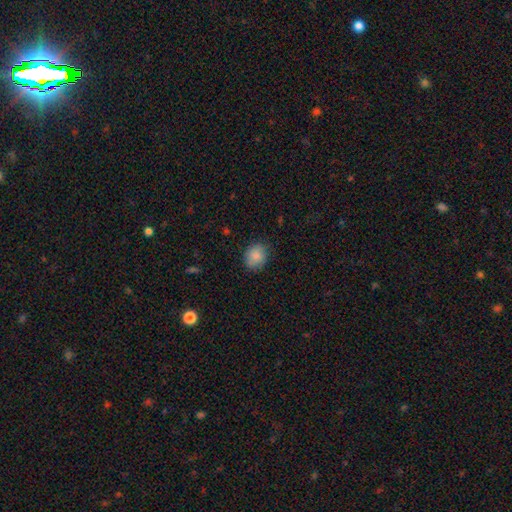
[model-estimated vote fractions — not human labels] Smooth or featured: smooth — 86% (star or artifact — 8%)
How rounded: round — 66% (in between — 33%)
Merging: none — 79% (minor disturbance — 16%)